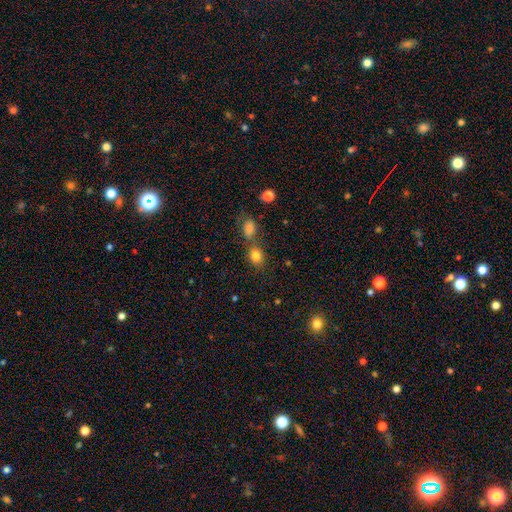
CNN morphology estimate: type=smooth (82%); roundness=in between (52%); merging=none (56%).